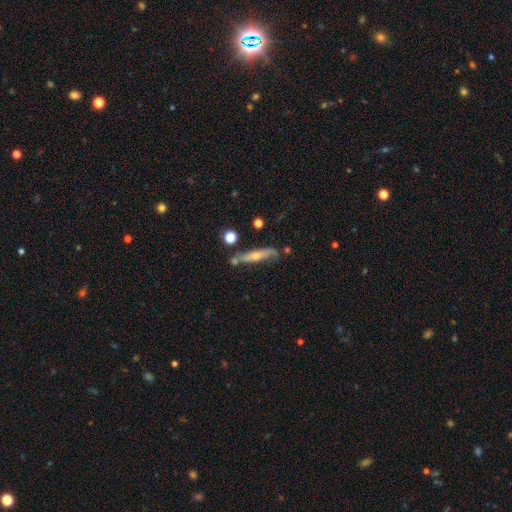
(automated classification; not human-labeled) featured or disk 49%, smooth 44%, star or artifact 7%. Down the decision tree: merging — none (66%).